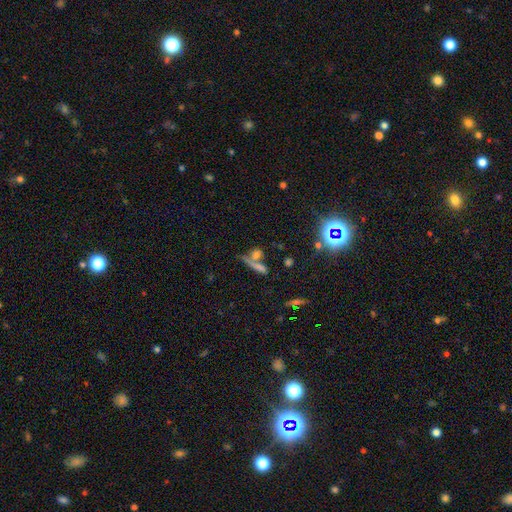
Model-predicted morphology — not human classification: Smooth or featured?
  - smooth: 56% *
  - star or artifact: 24%
  - featured or disk: 20%
How rounded?
  - cigar-shaped: 41% *
  - in between: 35%
  - round: 24%
Merging?
  - none: 43% *
  - merger: 42%
  - minor disturbance: 9%
  - major disturbance: 6%